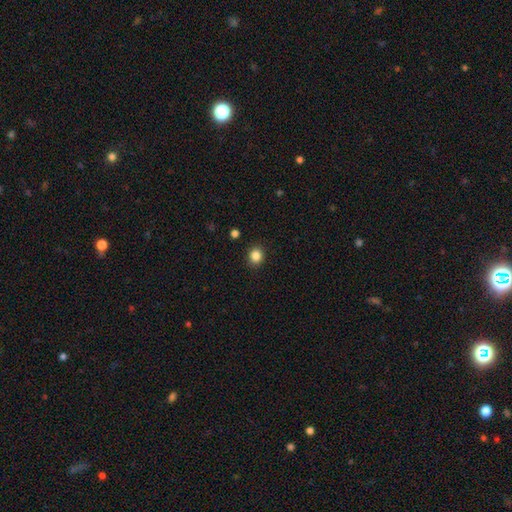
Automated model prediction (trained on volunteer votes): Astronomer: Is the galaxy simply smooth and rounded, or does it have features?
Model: smooth — 85%.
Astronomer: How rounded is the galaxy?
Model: round — 81%.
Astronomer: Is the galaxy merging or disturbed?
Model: none — 91%.